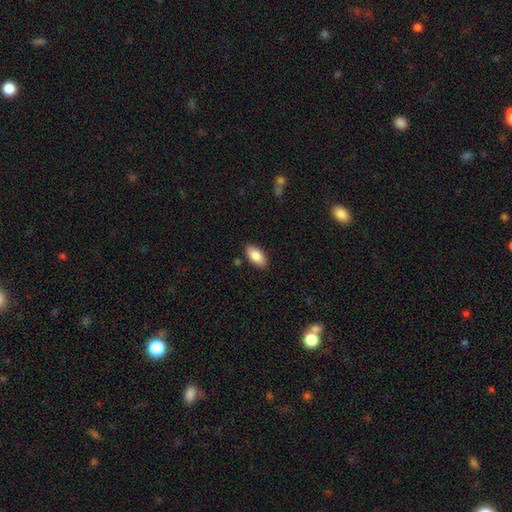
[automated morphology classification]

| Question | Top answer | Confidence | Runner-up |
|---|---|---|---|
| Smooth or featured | smooth | 86% | featured or disk (8%) |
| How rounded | in between | 92% | cigar-shaped (5%) |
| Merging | none | 87% | minor disturbance (9%) |